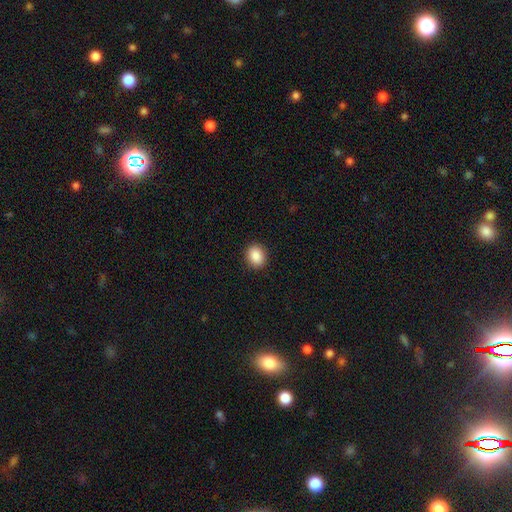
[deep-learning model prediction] Smooth or featured: smooth — 89% (star or artifact — 8%)
How rounded: round — 64% (in between — 35%)
Merging: none — 91% (minor disturbance — 6%)